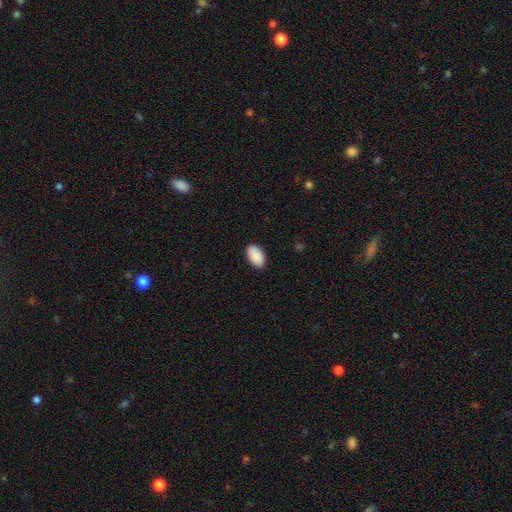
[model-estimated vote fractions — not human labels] Q: Smooth or featured?
A: smooth (90%); runner-up: star or artifact (6%)
Q: How rounded?
A: in between (94%); runner-up: round (5%)
Q: Merging?
A: none (85%); runner-up: minor disturbance (12%)